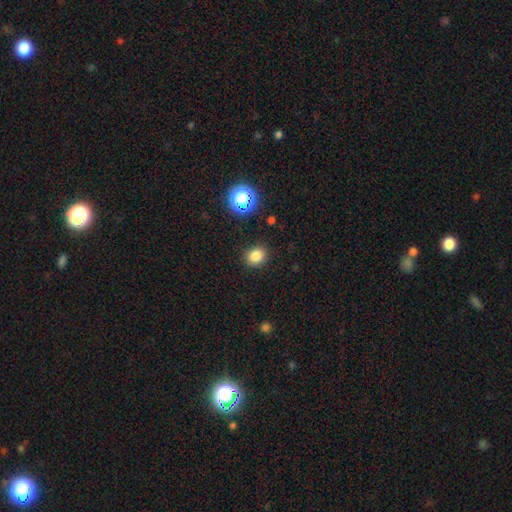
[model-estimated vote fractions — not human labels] Q: Smooth or featured?
A: smooth (81%); runner-up: star or artifact (14%)
Q: How rounded?
A: round (65%); runner-up: in between (34%)
Q: Merging?
A: none (88%); runner-up: minor disturbance (8%)